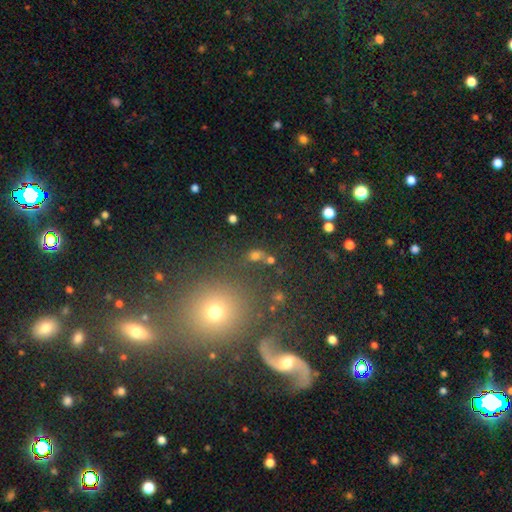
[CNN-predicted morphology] Q: Smooth or featured?
A: smooth (50%); runner-up: star or artifact (32%)
Q: Merging?
A: none (68%); runner-up: merger (12%)